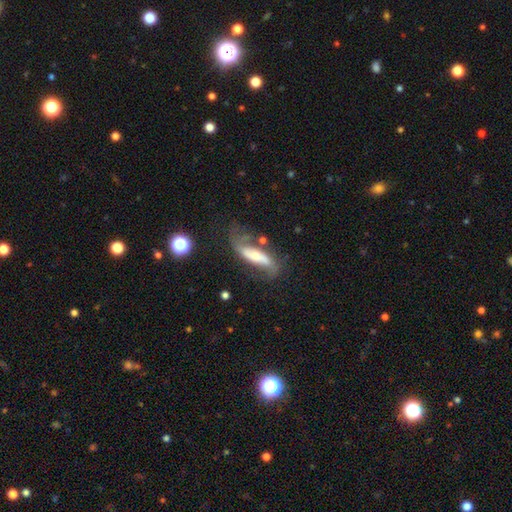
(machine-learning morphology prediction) A featured or disk galaxy (69%) with a strong bar (38%, tied with no), spiral arms (86%) and a small central bulge (46%).

Vote fractions:
- Smooth or featured? featured or disk: 69% / smooth: 24% / star or artifact: 7%
- Edge-on disk? no: 82% / yes: 18%
- Bar? strong: 38% (tied) / no: 38% (tied) / weak: 25%
- Spiral arms? yes: 86% / no: 14%
- Bulge size? small: 46% / moderate: 40% / large: 8% / none: 3% / dominant: 2%
- Merging? none: 47% / major disturbance: 23% / minor disturbance: 23% / merger: 7%